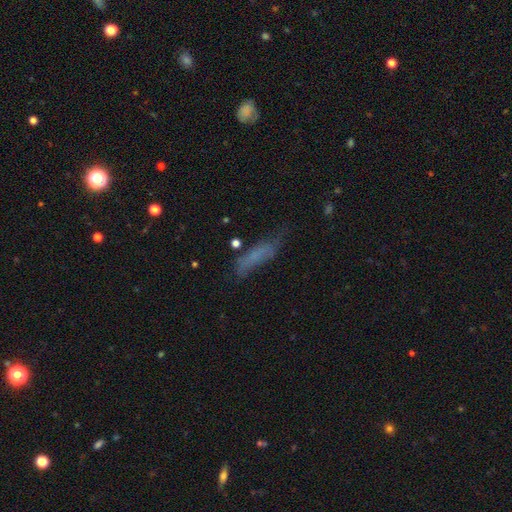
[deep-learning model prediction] Q: Smooth or featured?
A: smooth (64%); runner-up: featured or disk (22%)
Q: How rounded?
A: cigar-shaped (63%); runner-up: in between (34%)
Q: Merging?
A: none (50%); runner-up: minor disturbance (29%)